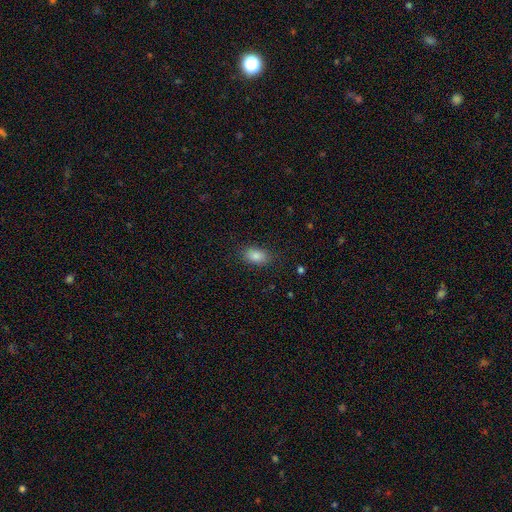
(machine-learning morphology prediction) A smooth galaxy with no disk features (85%) that is in between round and cigar-shaped (89%). Merging: none (86%).